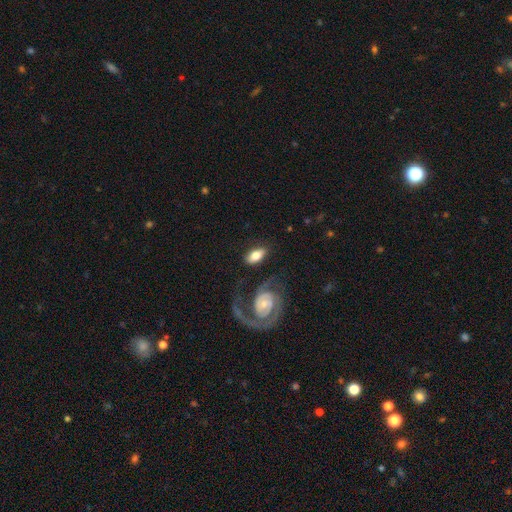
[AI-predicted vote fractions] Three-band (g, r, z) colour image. It shows a smooth galaxy with no disk features (64%) that is in between round and cigar-shaped (90%). Merging: none (73%).